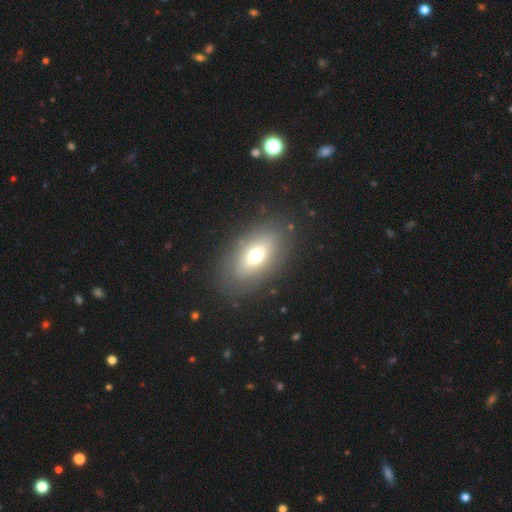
Smooth or featured? smooth (68%)
How rounded? in between (92%)
Merging? none (89%)